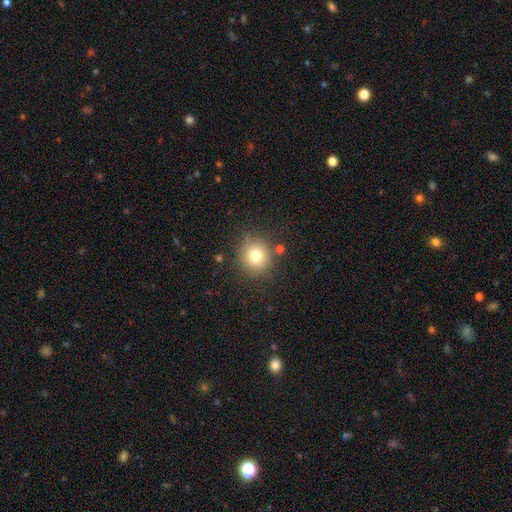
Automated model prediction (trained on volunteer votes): Smooth or featured? Predicted: smooth (p=0.78). How rounded? Predicted: round (p=0.90). Merging? Predicted: none (p=0.83).